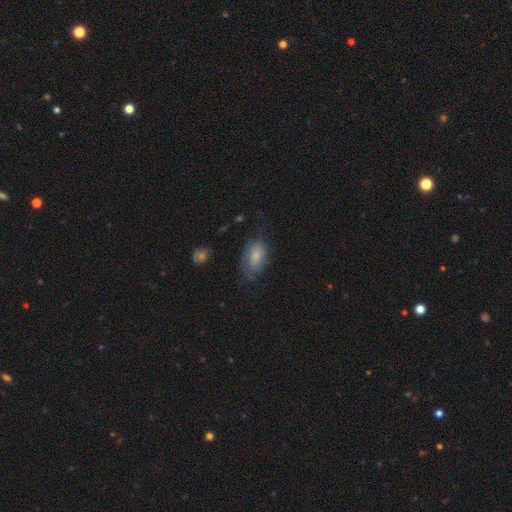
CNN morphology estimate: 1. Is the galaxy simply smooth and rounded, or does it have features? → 60% smooth, 32% featured or disk, 8% star or artifact.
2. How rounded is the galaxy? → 90% in between, 8% round, 2% cigar-shaped.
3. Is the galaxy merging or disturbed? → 53% none, 27% minor disturbance, 18% major disturbance, 2% merger.